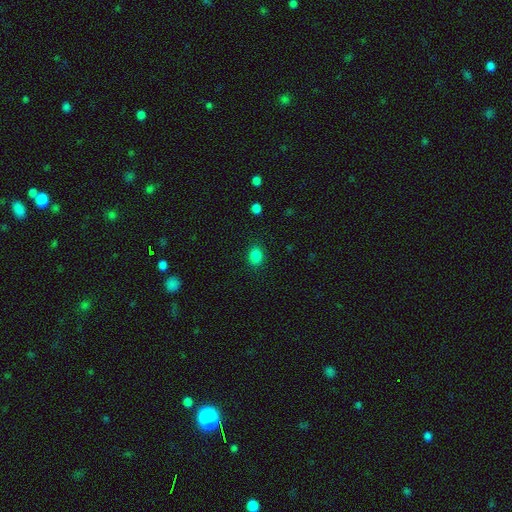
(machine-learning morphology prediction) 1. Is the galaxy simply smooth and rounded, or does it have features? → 85% smooth, 11% star or artifact, 4% featured or disk.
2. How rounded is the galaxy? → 54% in between, 45% round, 1% cigar-shaped.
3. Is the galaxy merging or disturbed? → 87% none, 9% minor disturbance, 3% major disturbance, 1% merger.